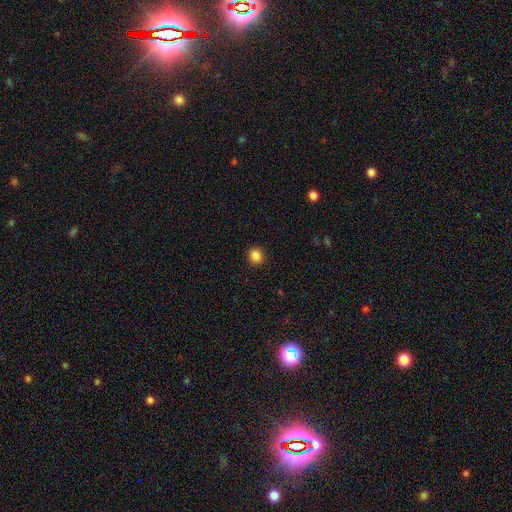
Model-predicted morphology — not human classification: Smooth or featured?
  - smooth: 86% *
  - star or artifact: 11%
  - featured or disk: 3%
How rounded?
  - round: 91% *
  - in between: 8%
  - cigar-shaped: 1%
Merging?
  - none: 93% *
  - minor disturbance: 5%
  - major disturbance: 2%
  - merger: 1%